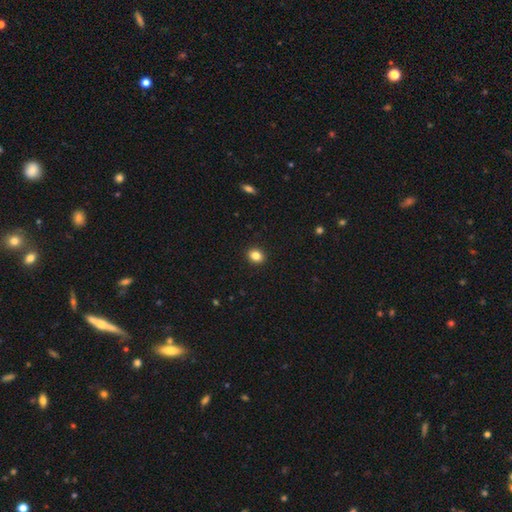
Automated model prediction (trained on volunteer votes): The model was most divided on "how rounded": round: 54%, in between: 45%, cigar-shaped: 1%. More confident: merging — none (92%); smooth or featured — smooth (84%).